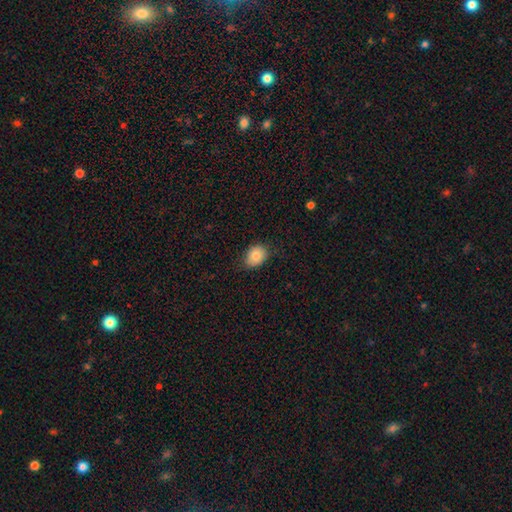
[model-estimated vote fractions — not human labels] This appears to be a smooth galaxy with no disk features (84%) that is in between round and cigar-shaped (59%). Merging: none (77%).